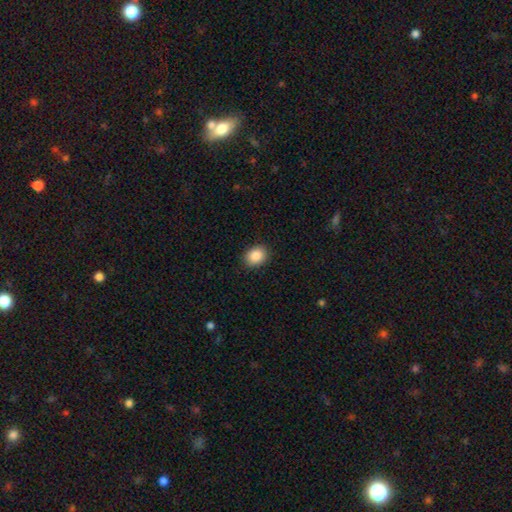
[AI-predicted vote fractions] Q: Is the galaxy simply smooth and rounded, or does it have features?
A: smooth — 88%.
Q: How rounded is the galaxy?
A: round — 52%.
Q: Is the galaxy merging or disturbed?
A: none — 89%.